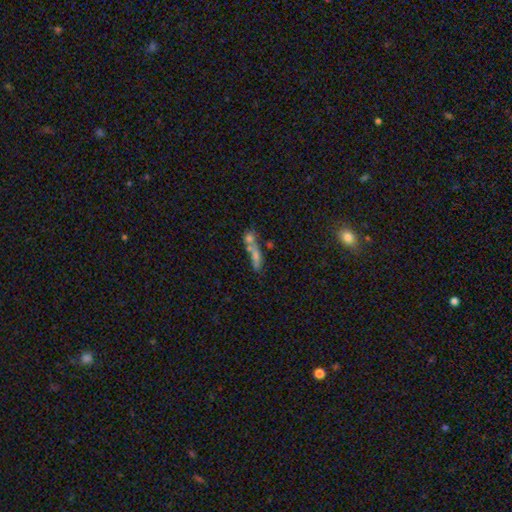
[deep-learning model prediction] Smooth or featured? smooth (54%)
How rounded? cigar-shaped (55%)
Merging? merger (47%)